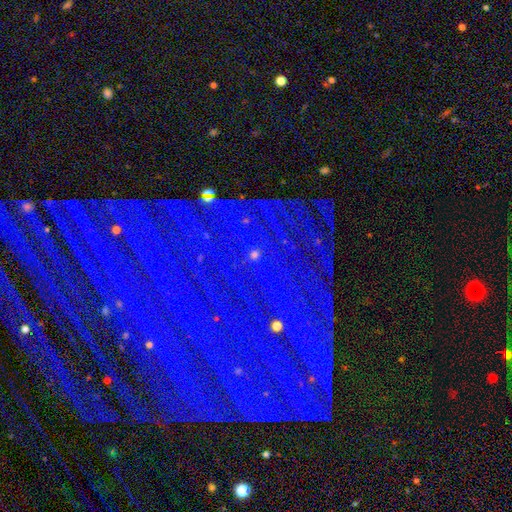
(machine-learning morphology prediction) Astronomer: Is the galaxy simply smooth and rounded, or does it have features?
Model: star or artifact — 85%.